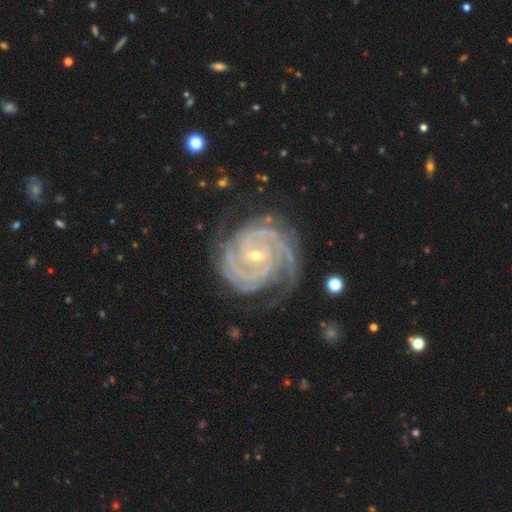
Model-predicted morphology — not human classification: A featured or disk galaxy (93%) with no bar (44%), 2 (27%, tied with 3) tight (80%) spiral arms (99%) and a small central bulge (74%). Merging: none (73%).